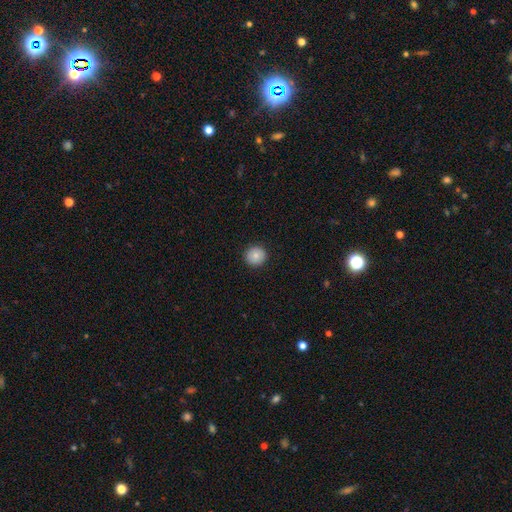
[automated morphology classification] Overall: smooth (82%). How rounded: round (94%). Merging: none (92%).